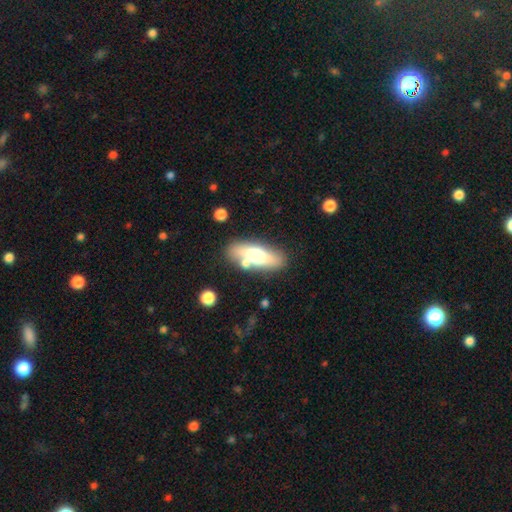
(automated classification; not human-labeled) A smooth galaxy with no disk features (57%) that is in between round and cigar-shaped (65%).

Vote fractions:
- Smooth or featured? smooth: 57% / featured or disk: 35% / star or artifact: 8%
- How rounded? in between: 65% / cigar-shaped: 31% / round: 4%
- Merging? none: 72% / minor disturbance: 13% / merger: 10% / major disturbance: 5%